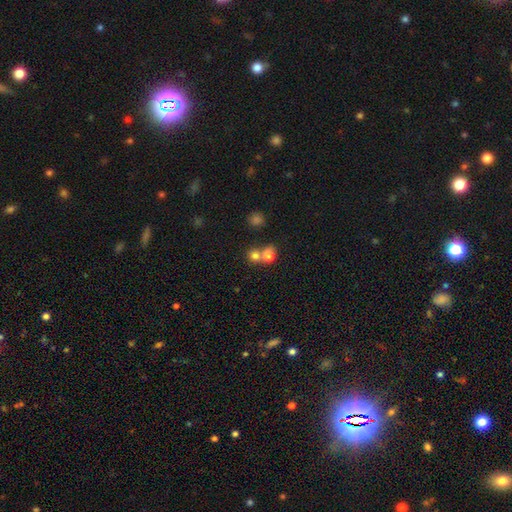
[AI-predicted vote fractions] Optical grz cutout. It shows a smooth galaxy with no disk features (71%) that is round (79%). Merging: merger (52%).